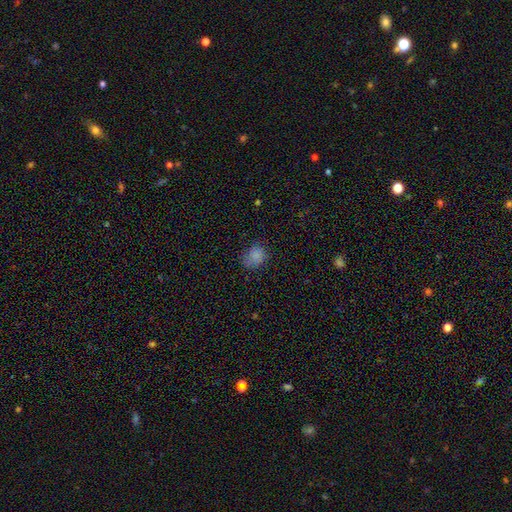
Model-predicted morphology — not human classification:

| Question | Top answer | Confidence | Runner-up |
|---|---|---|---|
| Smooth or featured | smooth | 80% | star or artifact (13%) |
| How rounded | round | 61% | in between (38%) |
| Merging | none | 66% | minor disturbance (24%) |